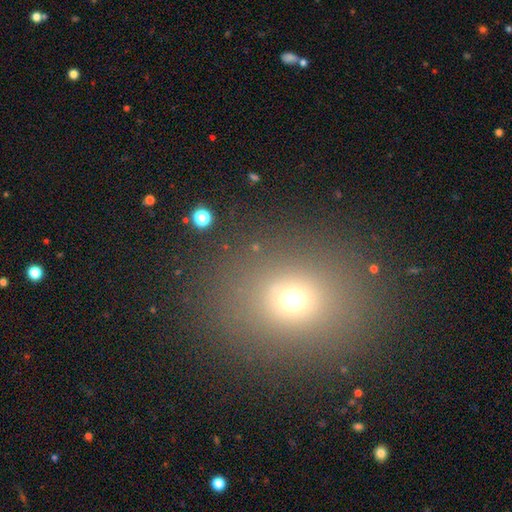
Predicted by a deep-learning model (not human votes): Smooth or featured? smooth (64%)
How rounded? round (65%)
Merging? none (87%)